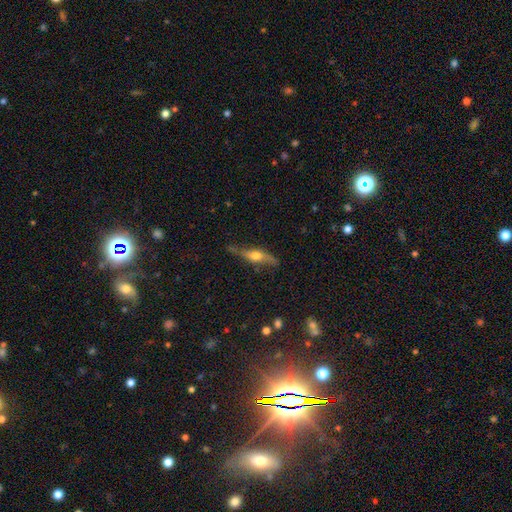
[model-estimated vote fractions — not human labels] A featured or disk galaxy (67%) viewed edge-on (77%) with a rounded central bulge (91%). Merging: none (68%).